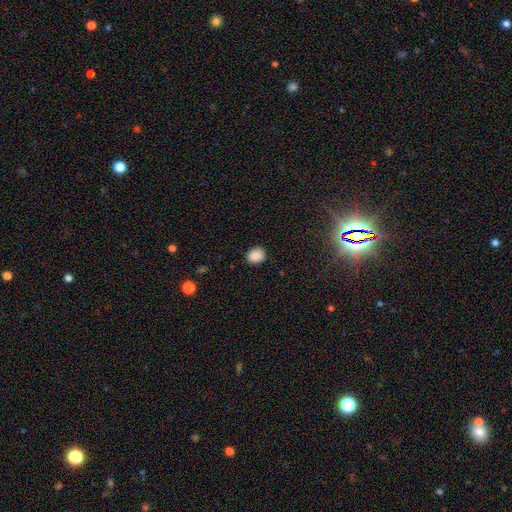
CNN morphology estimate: Smooth or featured? smooth (88%)
How rounded? round (58%)
Merging? none (88%)